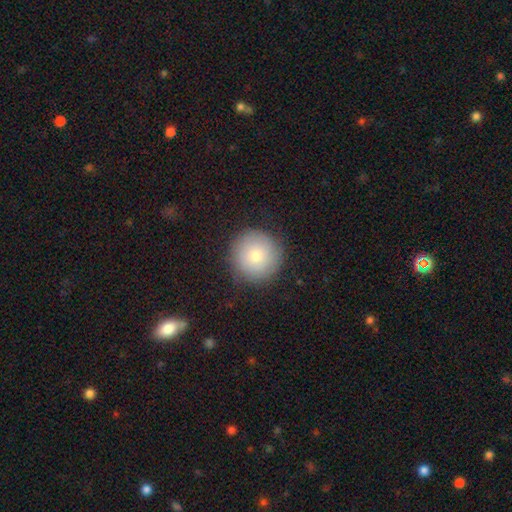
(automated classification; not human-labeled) Smooth or featured? smooth (75%)
How rounded? round (95%)
Merging? none (87%)